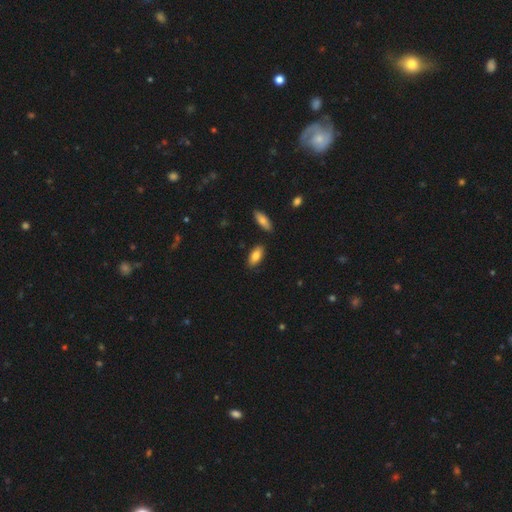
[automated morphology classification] This is clearly a smooth galaxy (83%). How rounded: clearly in between (88%). Merging: clearly none (84%).